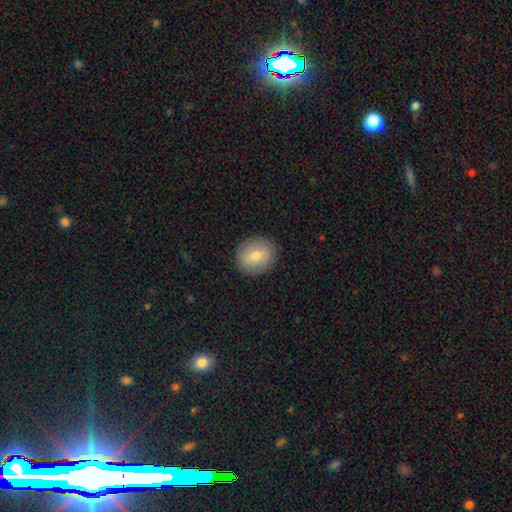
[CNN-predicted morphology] Overall: smooth (78%). How rounded: round (74%). Merging: none (90%).